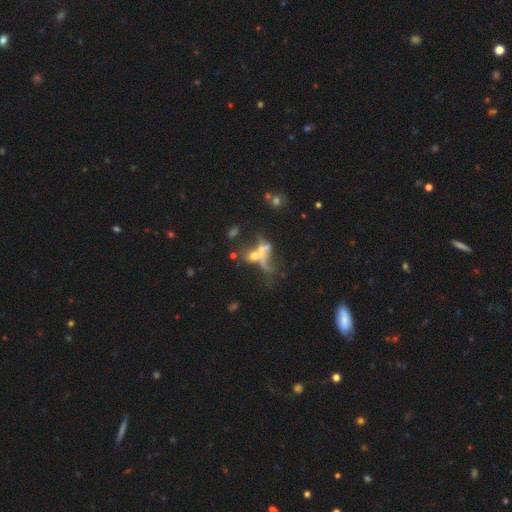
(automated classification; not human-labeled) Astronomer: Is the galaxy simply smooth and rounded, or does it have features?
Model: featured or disk — 46% (runner-up: smooth, 32%).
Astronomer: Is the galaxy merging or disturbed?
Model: merger — 48%.